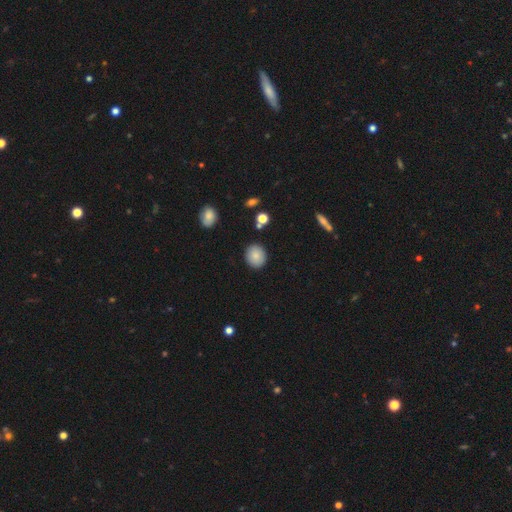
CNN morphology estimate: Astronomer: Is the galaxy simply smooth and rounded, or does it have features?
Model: smooth — 86%.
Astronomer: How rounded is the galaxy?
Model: round — 73%.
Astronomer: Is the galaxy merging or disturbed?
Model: none — 89%.